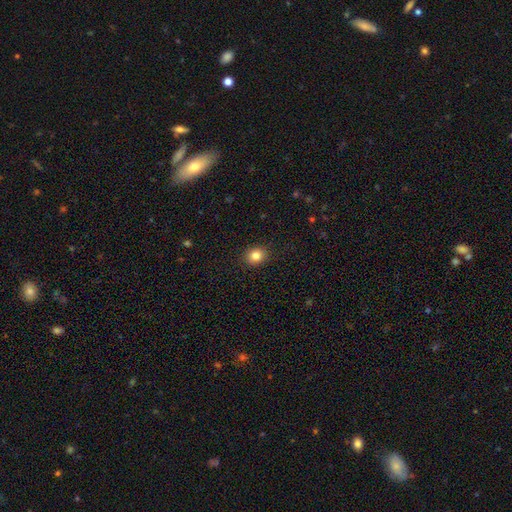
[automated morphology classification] smooth-or-featured: smooth: 84% | star or artifact: 10% | featured or disk: 5%
  how-rounded: round: 67% | in between: 32% | cigar-shaped: 1%
  merging: none: 90% | minor disturbance: 7% | major disturbance: 2% | merger: 1%